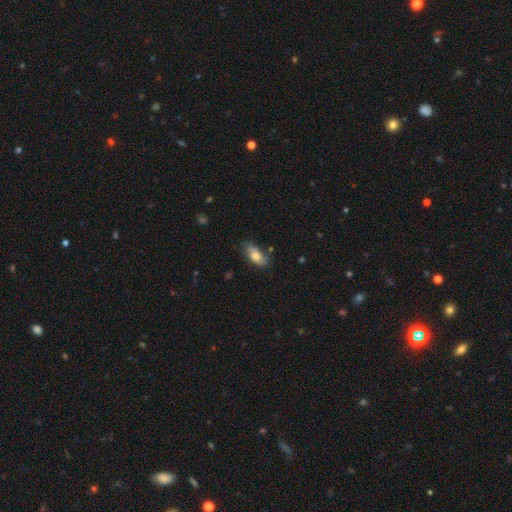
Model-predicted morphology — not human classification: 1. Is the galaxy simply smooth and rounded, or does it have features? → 81% smooth, 11% featured or disk, 7% star or artifact.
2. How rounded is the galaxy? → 87% in between, 10% cigar-shaped, 3% round.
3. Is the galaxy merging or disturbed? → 65% none, 25% minor disturbance, 6% major disturbance, 4% merger.